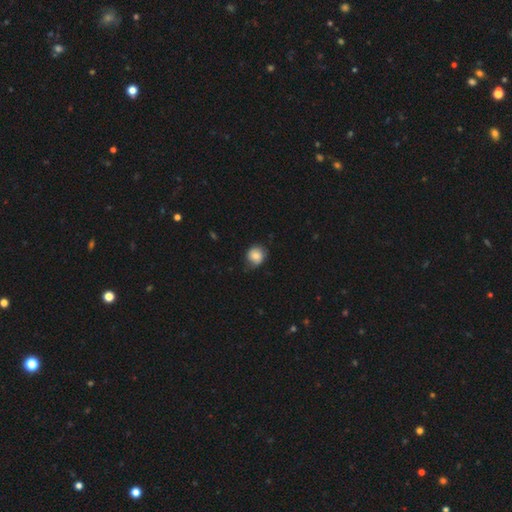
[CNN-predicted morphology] smooth 73%, featured or disk 19%, star or artifact 8%. Down the decision tree: how rounded — round (74%); merging — none (59%).